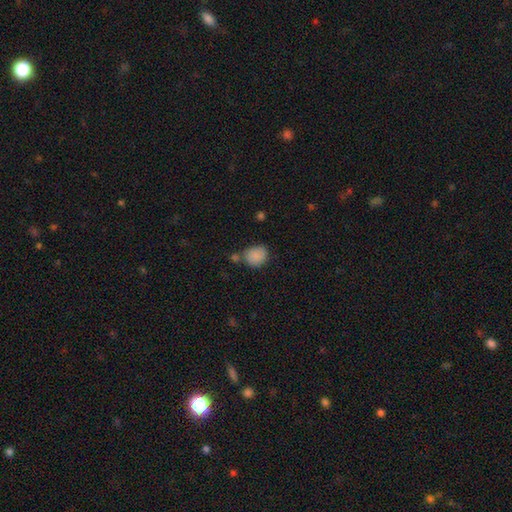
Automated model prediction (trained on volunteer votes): Morphology: type=smooth (86%); roundness=round (60%); merging=none (60%).